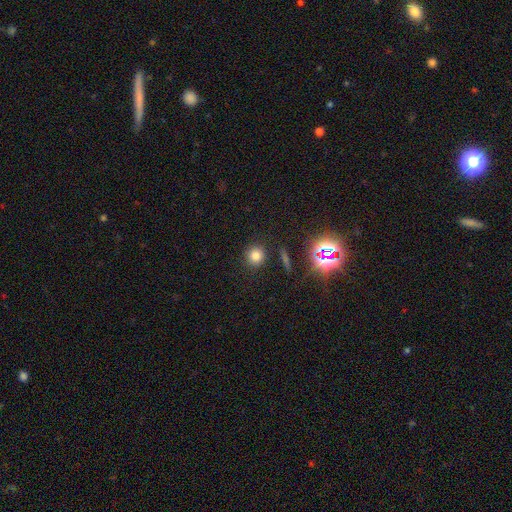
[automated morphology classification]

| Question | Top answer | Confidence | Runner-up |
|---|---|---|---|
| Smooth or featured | smooth | 75% | star or artifact (18%) |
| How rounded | round | 89% | in between (10%) |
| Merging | none | 87% | minor disturbance (7%) |